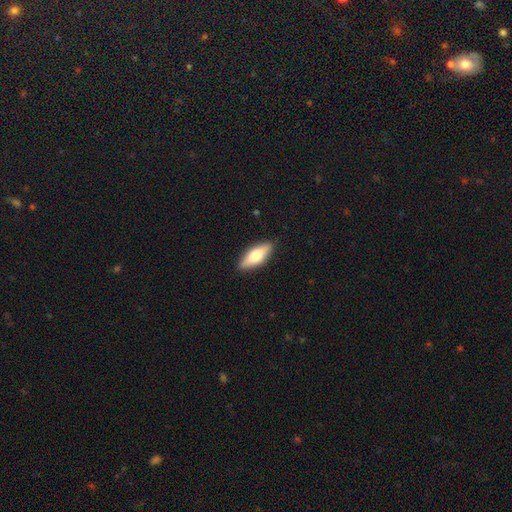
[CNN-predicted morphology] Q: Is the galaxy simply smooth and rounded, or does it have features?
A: smooth — 62%.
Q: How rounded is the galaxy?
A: in between — 67%.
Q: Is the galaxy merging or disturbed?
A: none — 88%.